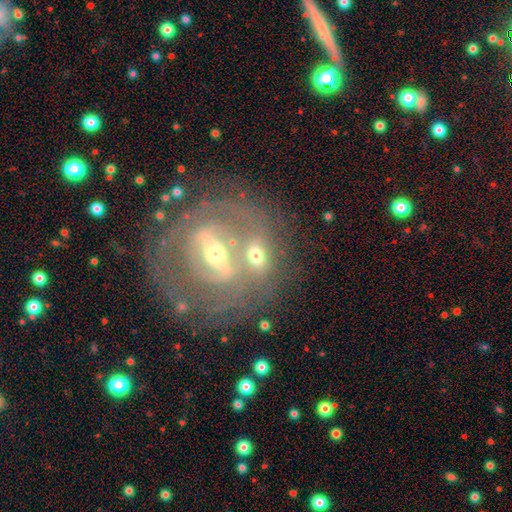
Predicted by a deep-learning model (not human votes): A featured or disk galaxy (67%) with a strong bar (54%), spiral arms (53%) and a moderate central bulge (62%).

Vote fractions:
- Smooth or featured? featured or disk: 67% / smooth: 23% / star or artifact: 10%
- Edge-on disk? no: 83% / yes: 17%
- Bar? strong: 54% / weak: 25% / no: 21%
- Spiral arms? yes: 53% / no: 47%
- Bulge size? moderate: 62% / small: 24% / large: 10% / dominant: 2% / none: 2%
- Merging? merger: 46% / none: 36% / minor disturbance: 10% / major disturbance: 7%